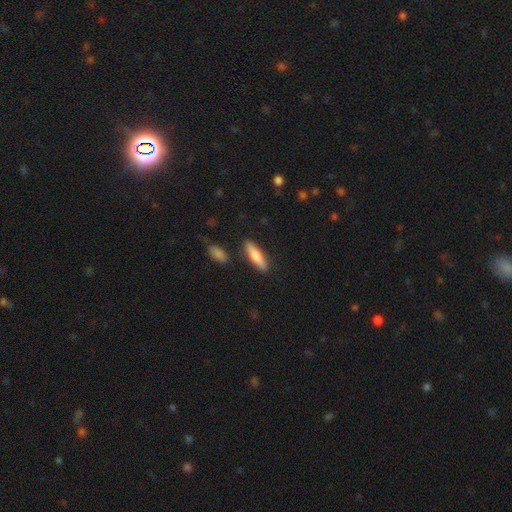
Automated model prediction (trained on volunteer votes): Smooth or featured: smooth — 74% (featured or disk — 20%)
How rounded: cigar-shaped — 70% (in between — 28%)
Merging: none — 85% (minor disturbance — 9%)